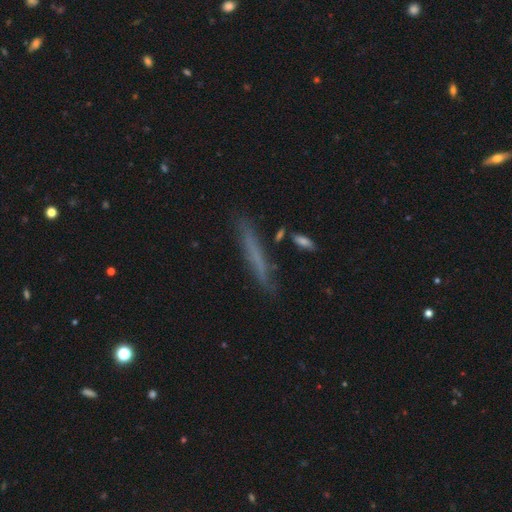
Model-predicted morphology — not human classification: smooth-or-featured: smooth: 59% | featured or disk: 31% | star or artifact: 10%
  how-rounded: cigar-shaped: 93% | in between: 5% | round: 2%
  merging: none: 83% | minor disturbance: 12% | major disturbance: 3% | merger: 3%